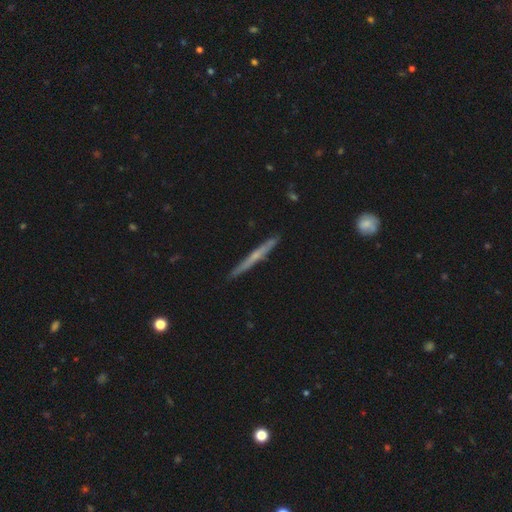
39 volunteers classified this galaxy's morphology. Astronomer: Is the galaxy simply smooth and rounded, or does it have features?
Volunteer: featured or disk — 67%.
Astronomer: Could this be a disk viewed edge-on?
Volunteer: yes — 100%.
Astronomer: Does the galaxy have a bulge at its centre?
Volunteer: rounded — 54% (runner-up: none, 46%).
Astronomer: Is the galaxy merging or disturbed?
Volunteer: none — 70%.